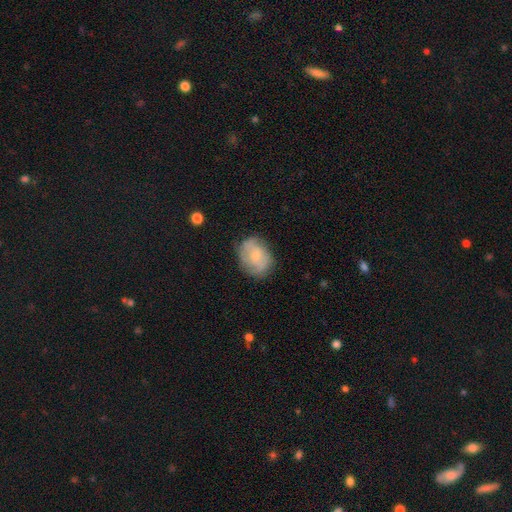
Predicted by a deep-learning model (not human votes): Overall: smooth (47%; featured or disk 46%). Merging: none (67%).